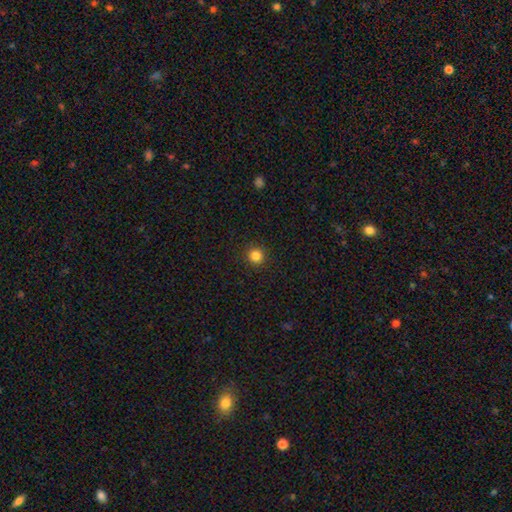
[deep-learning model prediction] This appears to be a smooth galaxy with no disk features (84%) that is round (95%). Merging: none (93%).